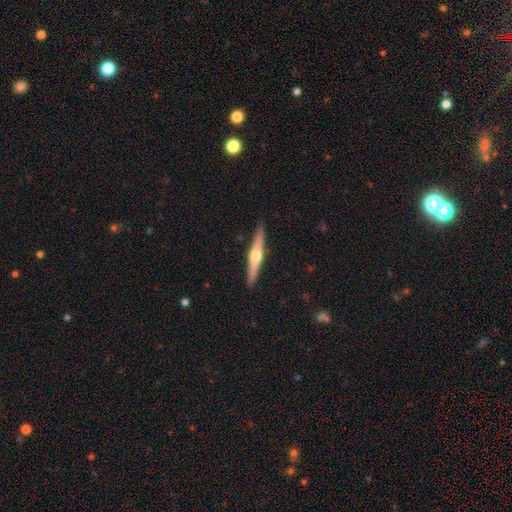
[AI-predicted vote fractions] smooth_or_featured: featured or disk (p=0.70) [alt: smooth p=0.25]
disk_edge_on: yes (p=0.98) [alt: no p=0.02]
edge_on_bulge: rounded (p=0.93) [alt: boxy p=0.03]
merging: none (p=0.91) [alt: minor disturbance p=0.06]